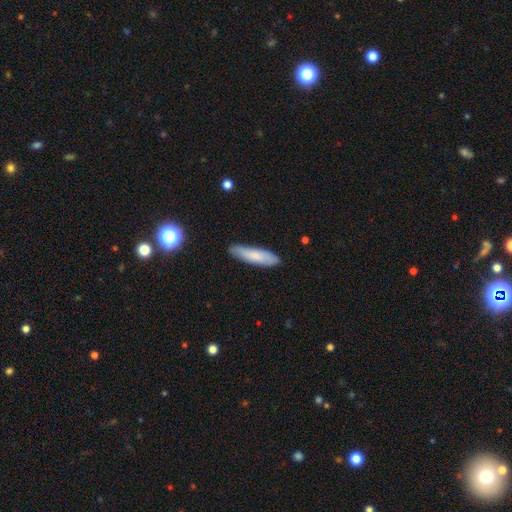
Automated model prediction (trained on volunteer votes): smooth-or-featured: smooth: 77% | featured or disk: 16% | star or artifact: 6%
  how-rounded: cigar-shaped: 73% | in between: 25% | round: 1%
  merging: none: 84% | minor disturbance: 12% | major disturbance: 2% | merger: 1%